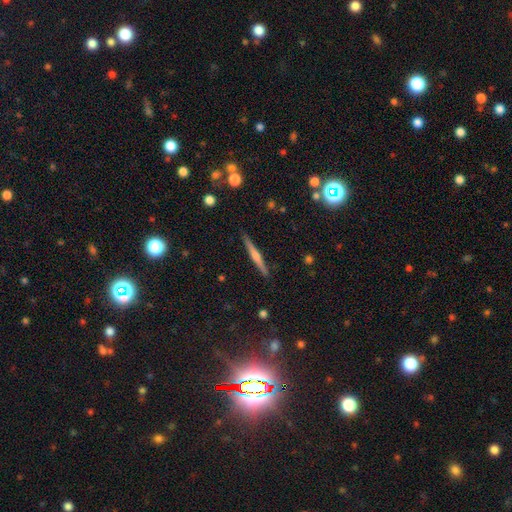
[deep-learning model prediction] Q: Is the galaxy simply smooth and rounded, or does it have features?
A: featured or disk — 62%.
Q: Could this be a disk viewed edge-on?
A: yes — 98%.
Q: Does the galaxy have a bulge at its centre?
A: rounded — 71%.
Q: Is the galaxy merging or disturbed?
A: none — 91%.